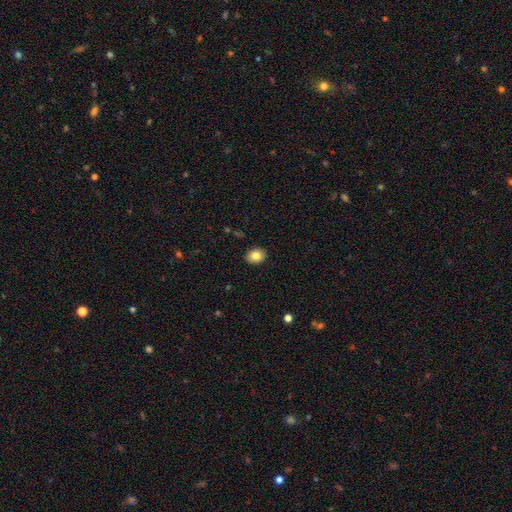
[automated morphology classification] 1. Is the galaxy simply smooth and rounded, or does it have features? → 83% smooth, 8% star or artifact, 8% featured or disk.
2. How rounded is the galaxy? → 57% in between, 42% round, 1% cigar-shaped.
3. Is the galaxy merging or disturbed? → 90% none, 7% minor disturbance, 2% major disturbance, 1% merger.